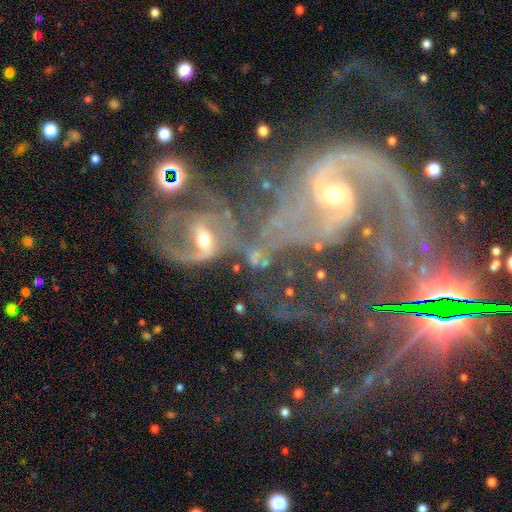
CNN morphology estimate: type=featured or disk (73%); edge-on=no (96%); bar=no (42%); spiral arms=yes (80%); winding=medium (41%); arm count=2 (45%); bulge=moderate (49%); merging=merger (53%).